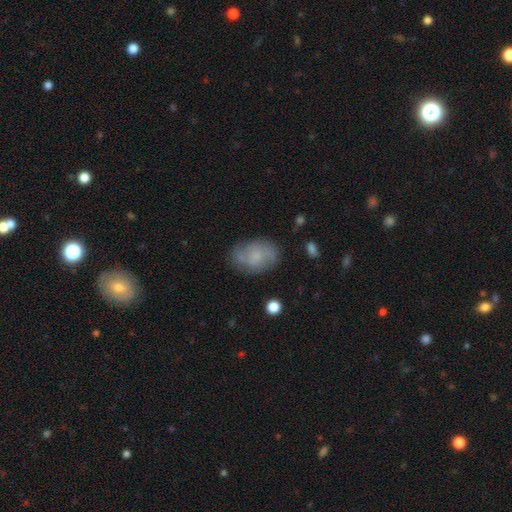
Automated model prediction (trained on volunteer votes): smooth_or_featured: smooth (p=0.52) [alt: featured or disk p=0.39]
how_rounded: in between (p=0.85) [alt: round p=0.14]
merging: none (p=0.71) [alt: minor disturbance p=0.20]